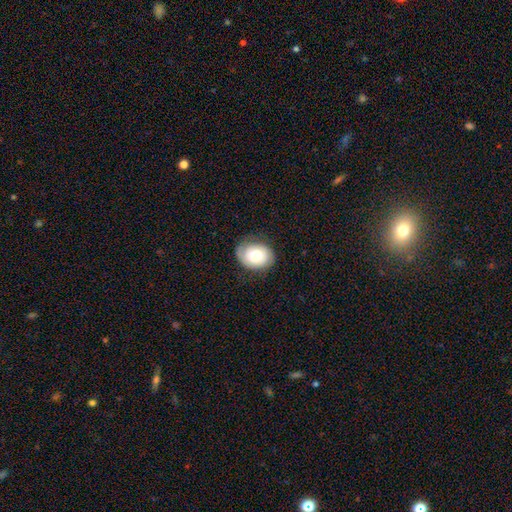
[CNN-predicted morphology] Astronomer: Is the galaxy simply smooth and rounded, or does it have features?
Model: smooth — 61%.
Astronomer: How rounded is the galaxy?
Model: in between — 63%.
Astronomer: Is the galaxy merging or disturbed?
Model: none — 73%.